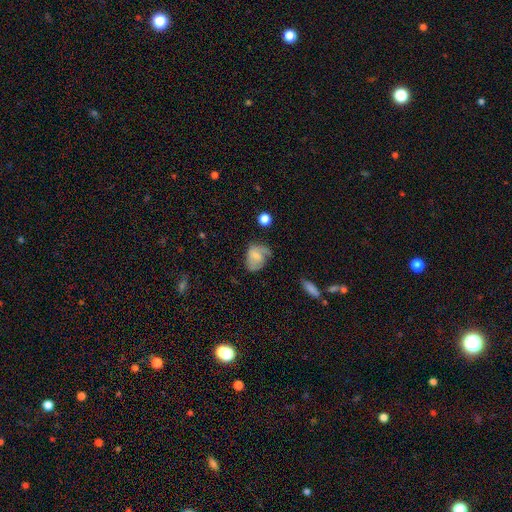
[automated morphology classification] Q: Smooth or featured?
A: smooth (54%); runner-up: featured or disk (38%)
Q: How rounded?
A: in between (67%); runner-up: round (32%)
Q: Merging?
A: none (41%); runner-up: minor disturbance (33%)